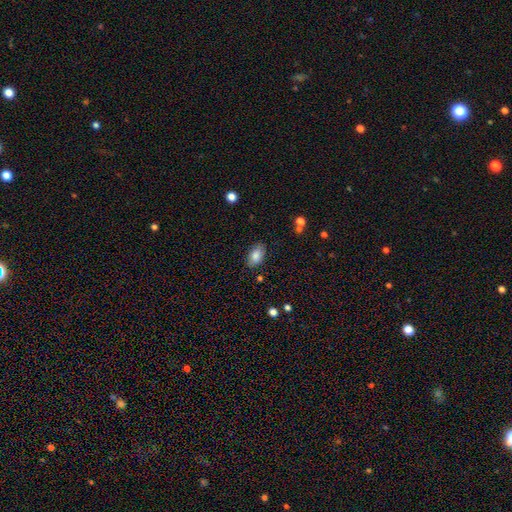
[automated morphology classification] smooth-or-featured: smooth: 85% | featured or disk: 8% | star or artifact: 8%
  how-rounded: in between: 92% | round: 6% | cigar-shaped: 2%
  merging: none: 84% | minor disturbance: 11% | major disturbance: 3% | merger: 2%